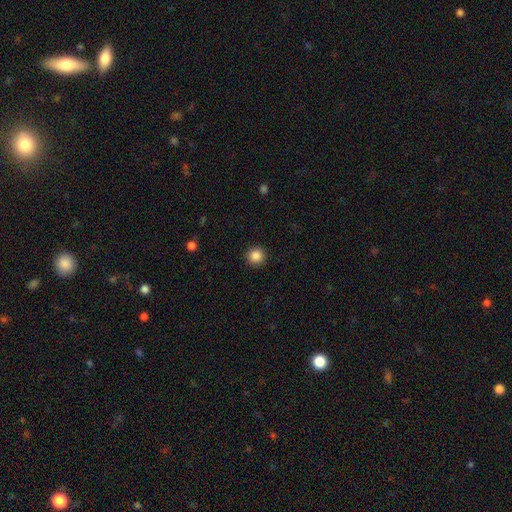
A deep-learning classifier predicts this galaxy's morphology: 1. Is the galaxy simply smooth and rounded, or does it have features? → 86% smooth, 10% star or artifact, 4% featured or disk.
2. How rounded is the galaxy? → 95% round, 4% in between, 1% cigar-shaped.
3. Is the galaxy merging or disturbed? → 92% none, 5% minor disturbance, 2% major disturbance, 1% merger.